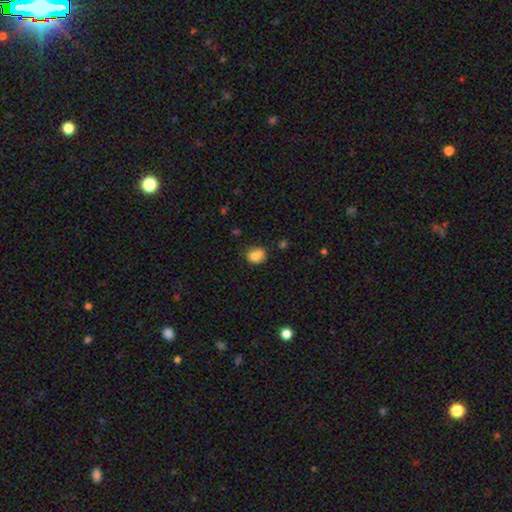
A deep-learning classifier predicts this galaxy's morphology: Smooth or featured? Predicted: smooth (p=0.79). How rounded? Predicted: round (p=0.51). Merging? Predicted: none (p=0.52).